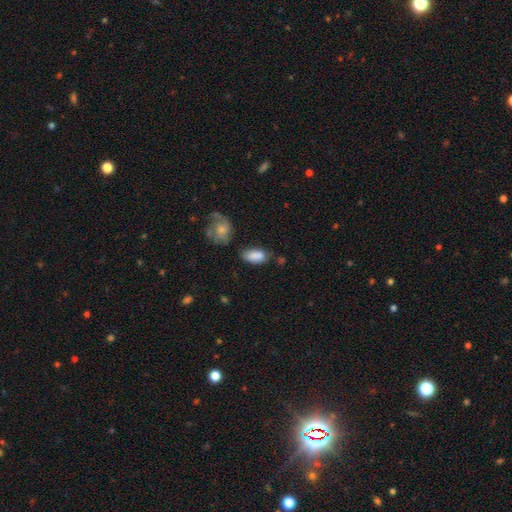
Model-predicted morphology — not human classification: This appears to be a smooth galaxy with no disk features (85%) that is in between round and cigar-shaped (92%). Merging: none (59%).